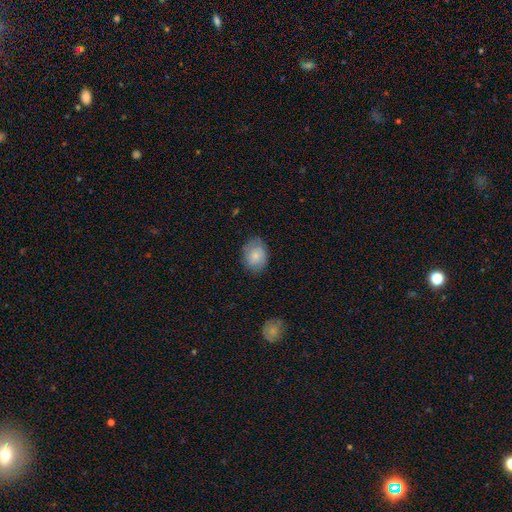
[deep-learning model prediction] smooth_or_featured: smooth (p=0.75) [alt: featured or disk p=0.17]
how_rounded: in between (p=0.64) [alt: round p=0.35]
merging: none (p=0.75) [alt: minor disturbance p=0.19]